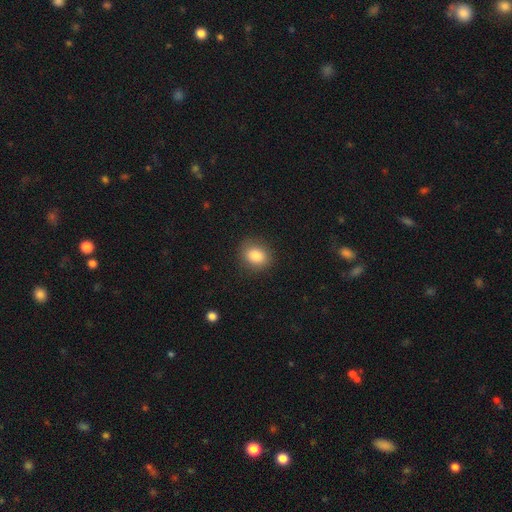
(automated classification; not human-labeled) Smooth or featured: smooth — 84% (star or artifact — 9%)
How rounded: round — 56% (in between — 43%)
Merging: none — 87% (minor disturbance — 10%)